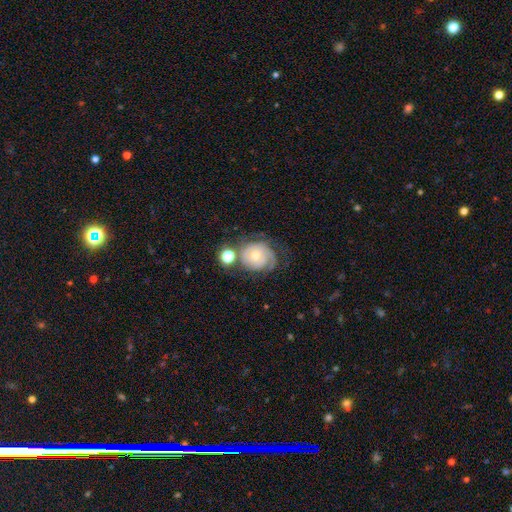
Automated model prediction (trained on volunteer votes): Smooth or featured?
  - featured or disk: 62% *
  - smooth: 30%
  - star or artifact: 9%
Edge-on disk?
  - no: 97% *
  - yes: 3%
Bar?
  - no: 79% *
  - weak: 17%
  - strong: 3%
Spiral arms?
  - yes: 81% *
  - no: 19%
Bulge size?
  - moderate: 49% *
  - small: 44%
  - large: 3%
  - none: 2%
  - dominant: 1%
Merging?
  - none: 46% *
  - minor disturbance: 22%
  - major disturbance: 19%
  - merger: 12%